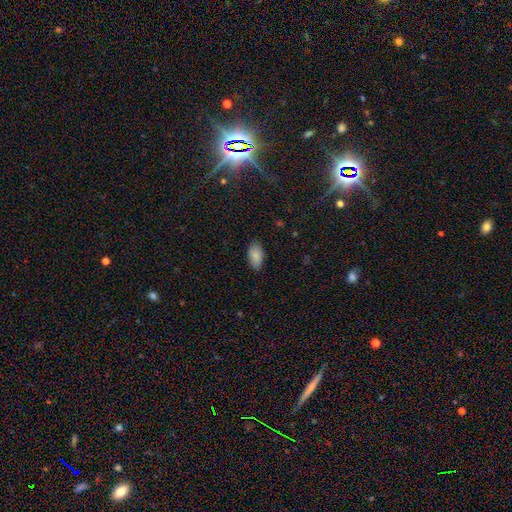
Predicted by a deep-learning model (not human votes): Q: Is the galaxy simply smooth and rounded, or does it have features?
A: smooth — 86%.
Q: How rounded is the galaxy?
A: in between — 94%.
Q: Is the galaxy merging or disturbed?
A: none — 85%.